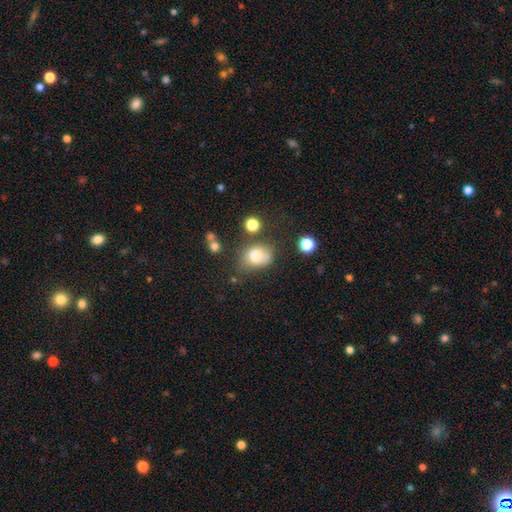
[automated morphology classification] Smooth or featured: smooth — 75% (featured or disk — 13%)
How rounded: in between — 54% (round — 45%)
Merging: none — 45% (minor disturbance — 28%)